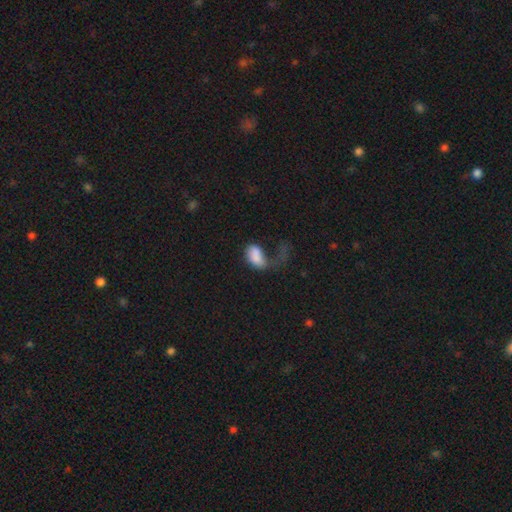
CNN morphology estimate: smooth 75%, featured or disk 17%, star or artifact 8%. Down the decision tree: how rounded — in between (89%); merging — major disturbance (61%).